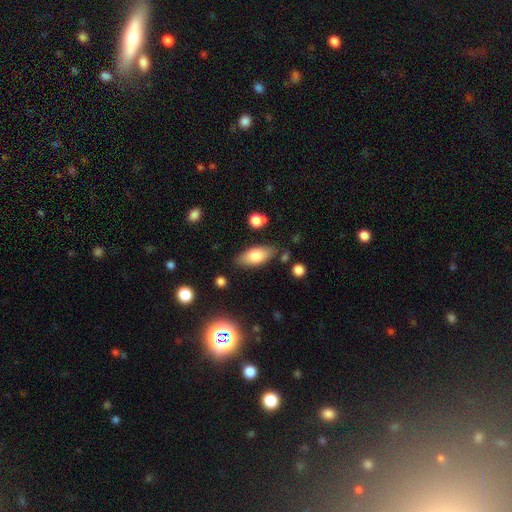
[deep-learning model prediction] A smooth galaxy with no disk features (75%) that is in between round and cigar-shaped (85%).

Vote fractions:
- Smooth or featured? smooth: 75% / featured or disk: 18% / star or artifact: 7%
- How rounded? in between: 85% / cigar-shaped: 13% / round: 3%
- Merging? none: 81% / minor disturbance: 13% / merger: 3% / major disturbance: 3%